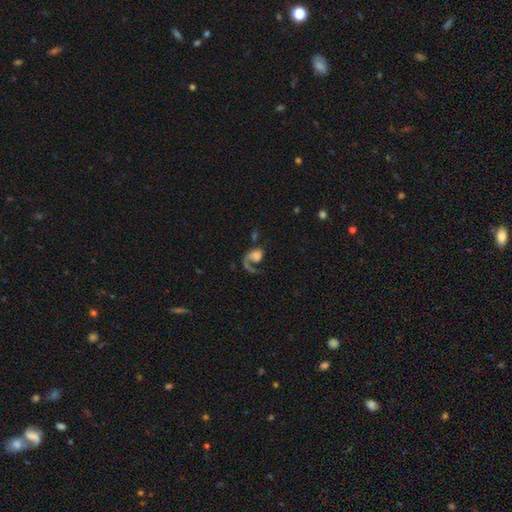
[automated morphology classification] Smooth or featured: featured or disk — 53% (smooth — 37%)
Edge-on disk: no — 97% (yes — 3%)
Bar: no — 80% (weak — 15%)
Spiral arms: yes — 78% (no — 22%)
Bulge size: large — 26% (moderate — 23%)
Merging: major disturbance — 46% (none — 30%)